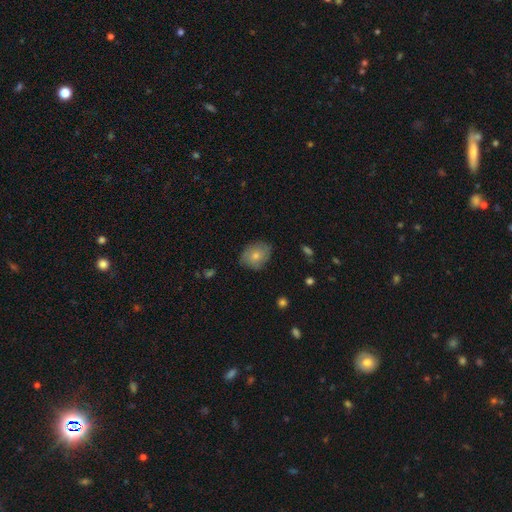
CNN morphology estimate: The model was most divided on "how rounded": in between: 54%, round: 45%, cigar-shaped: 1%. More confident: merging — none (75%); smooth or featured — smooth (72%).